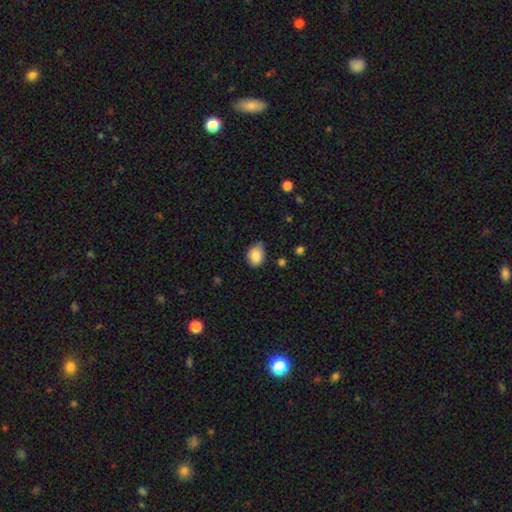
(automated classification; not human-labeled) smooth_or_featured: smooth (p=0.85) [alt: star or artifact p=0.08]
how_rounded: in between (p=0.66) [alt: round p=0.33]
merging: none (p=0.59) [alt: minor disturbance p=0.33]